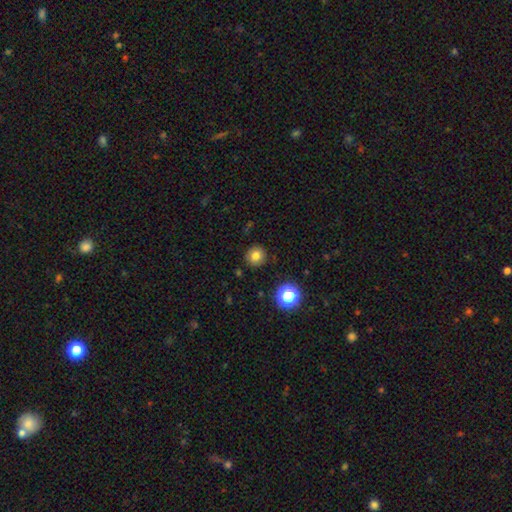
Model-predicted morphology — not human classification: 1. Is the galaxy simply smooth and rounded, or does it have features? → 79% smooth, 13% star or artifact, 8% featured or disk.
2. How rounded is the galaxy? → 92% round, 7% in between, 1% cigar-shaped.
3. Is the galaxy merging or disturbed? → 89% none, 7% minor disturbance, 2% major disturbance, 2% merger.